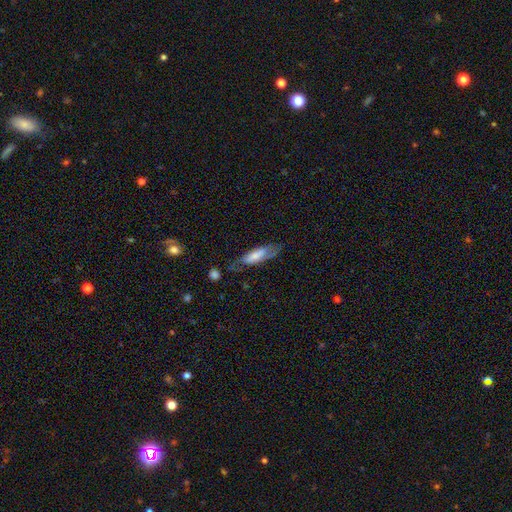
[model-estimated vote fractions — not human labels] Q: Smooth or featured?
A: smooth (54%); runner-up: featured or disk (39%)
Q: How rounded?
A: in between (59%); runner-up: cigar-shaped (39%)
Q: Merging?
A: none (53%); runner-up: minor disturbance (27%)